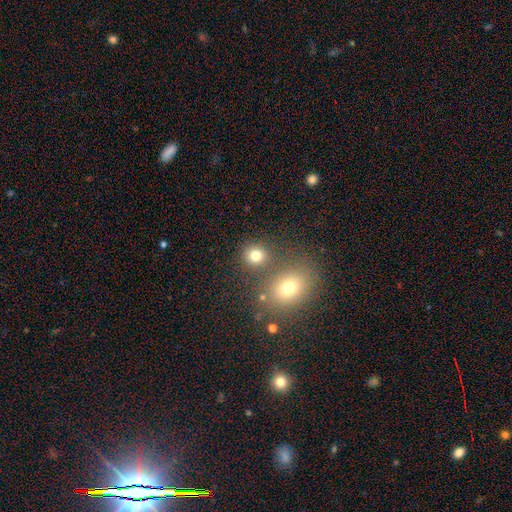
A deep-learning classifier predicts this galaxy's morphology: Smooth or featured?
  - smooth: 77% *
  - star or artifact: 16%
  - featured or disk: 7%
How rounded?
  - round: 82% *
  - in between: 17%
  - cigar-shaped: 1%
Merging?
  - none: 74% *
  - merger: 15%
  - minor disturbance: 8%
  - major disturbance: 4%